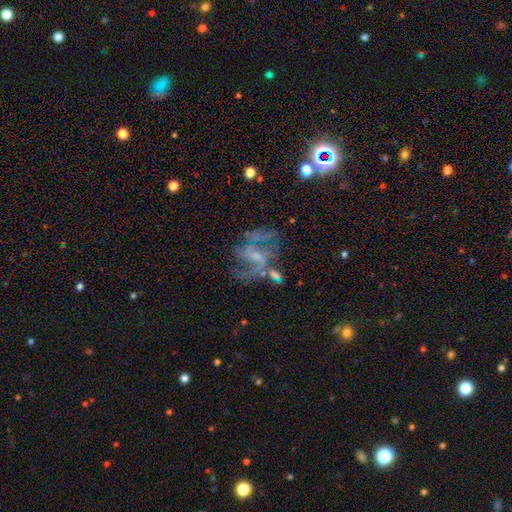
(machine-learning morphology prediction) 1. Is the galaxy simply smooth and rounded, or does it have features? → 73% featured or disk, 15% smooth, 12% star or artifact.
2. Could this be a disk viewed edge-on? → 97% no, 3% yes.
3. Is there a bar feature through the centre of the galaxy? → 49% weak, 35% no, 16% strong.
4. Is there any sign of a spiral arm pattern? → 74% yes, 26% no.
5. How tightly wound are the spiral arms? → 50% loose, 38% medium, 12% tight.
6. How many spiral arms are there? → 61% 2, 20% can't tell, 7% 3, 7% 1, 3% 4, 2% more than 4.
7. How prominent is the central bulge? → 45% small, 26% moderate, 24% none, 3% large, 1% dominant.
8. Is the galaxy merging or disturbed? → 44% none, 27% major disturbance, 19% minor disturbance, 11% merger.